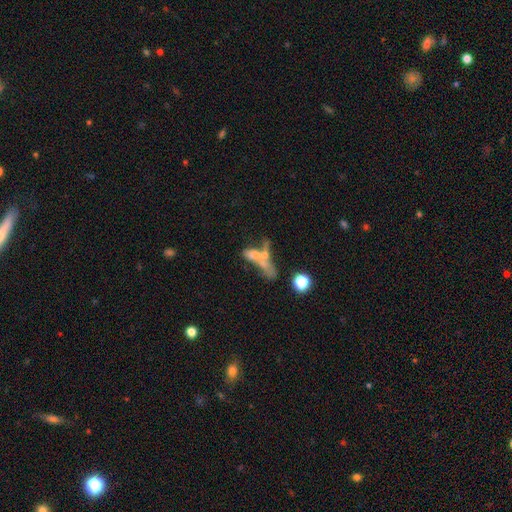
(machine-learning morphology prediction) smooth-or-featured: smooth: 42% | featured or disk: 41% | star or artifact: 18%
  merging: merger: 46% | none: 23% | major disturbance: 20% | minor disturbance: 11%